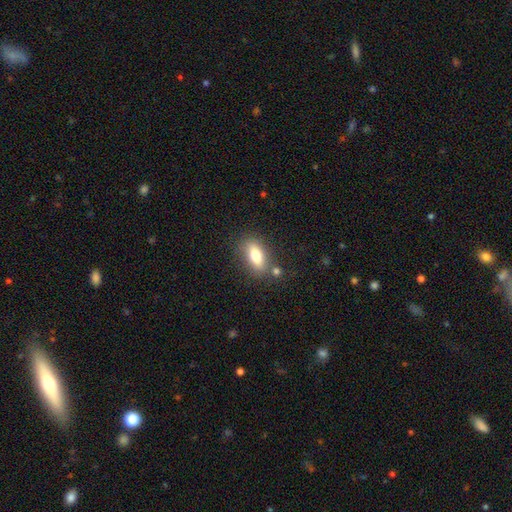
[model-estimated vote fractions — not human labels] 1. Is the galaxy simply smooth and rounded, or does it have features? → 72% smooth, 20% featured or disk, 8% star or artifact.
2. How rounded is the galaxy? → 79% in between, 15% cigar-shaped, 6% round.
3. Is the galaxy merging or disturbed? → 75% none, 13% minor disturbance, 9% merger, 4% major disturbance.